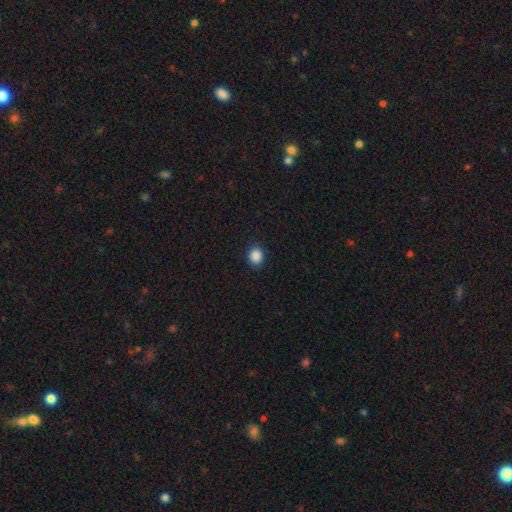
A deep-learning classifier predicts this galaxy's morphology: Q: Smooth or featured?
A: smooth (88%); runner-up: star or artifact (9%)
Q: How rounded?
A: round (58%); runner-up: in between (41%)
Q: Merging?
A: none (90%); runner-up: minor disturbance (7%)